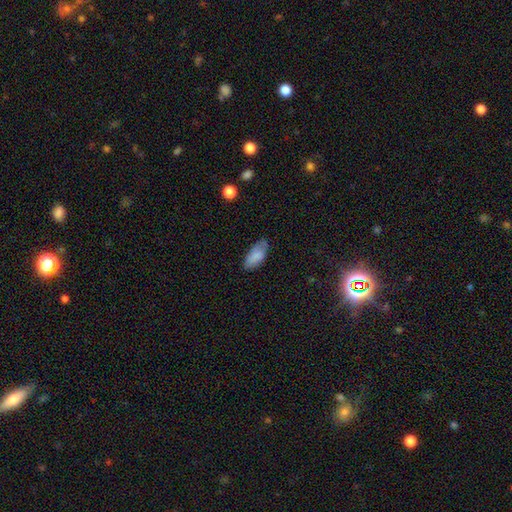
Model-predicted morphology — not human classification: The model was most divided on "merging": none: 65%, minor disturbance: 27%, major disturbance: 6%, merger: 2%. More confident: how rounded — in between (88%); smooth or featured — smooth (83%).